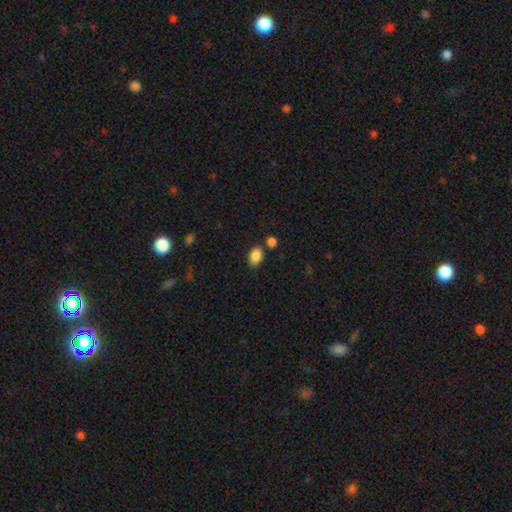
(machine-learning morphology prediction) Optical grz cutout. It shows a smooth galaxy with no disk features (88%) that is in between round and cigar-shaped (85%). Merging: none (74%).